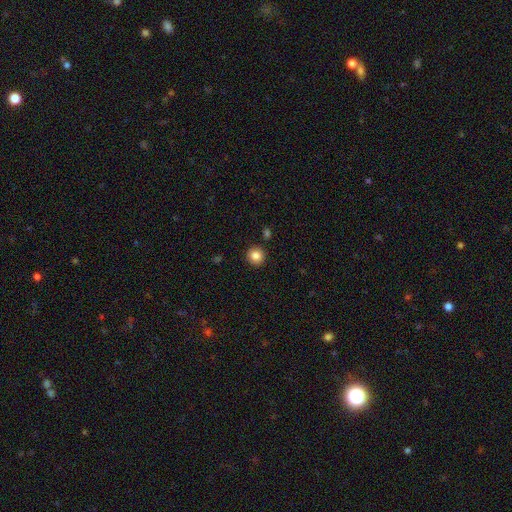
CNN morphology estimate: Q: Smooth or featured?
A: smooth (85%); runner-up: star or artifact (10%)
Q: How rounded?
A: round (93%); runner-up: in between (6%)
Q: Merging?
A: none (90%); runner-up: minor disturbance (6%)